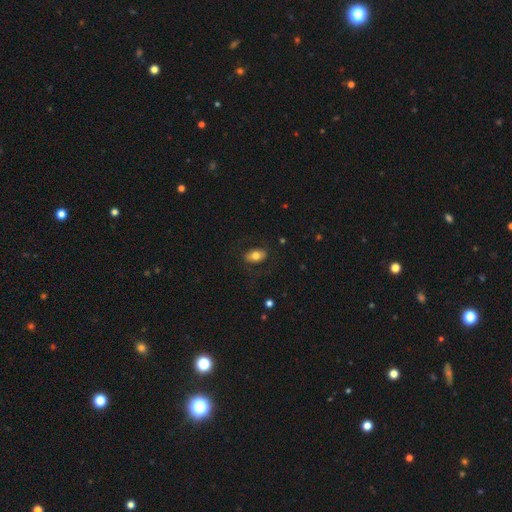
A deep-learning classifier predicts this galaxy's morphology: Smooth or featured? smooth (72%)
How rounded? in between (91%)
Merging? none (80%)